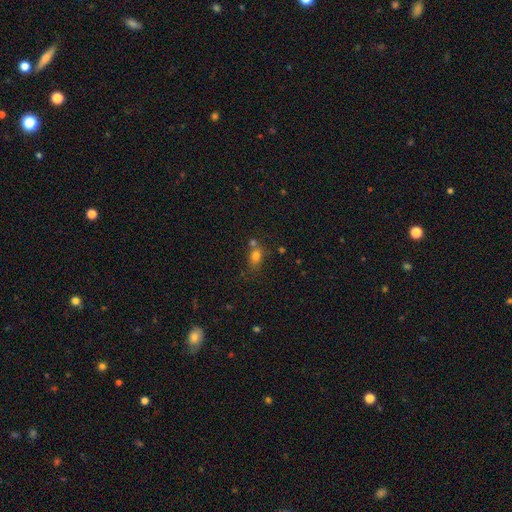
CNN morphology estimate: A smooth galaxy with no disk features (76%) that is in between round and cigar-shaped (64%).

Vote fractions:
- Smooth or featured? smooth: 76% / star or artifact: 14% / featured or disk: 10%
- How rounded? in between: 64% / round: 34% / cigar-shaped: 2%
- Merging? none: 49% / merger: 30% / minor disturbance: 15% / major disturbance: 6%